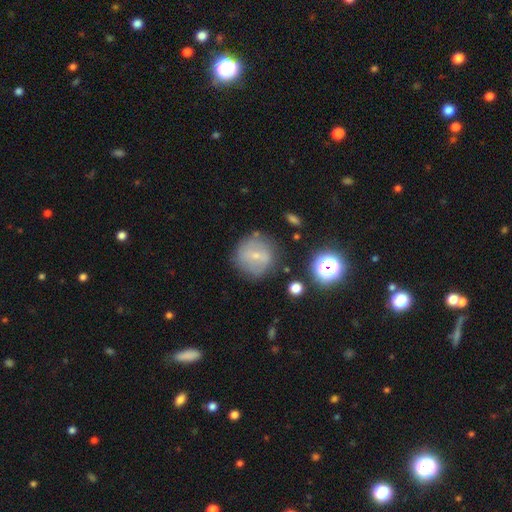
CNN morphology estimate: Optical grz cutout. It shows a smooth galaxy with no disk features (46%). Merging: none (75%).